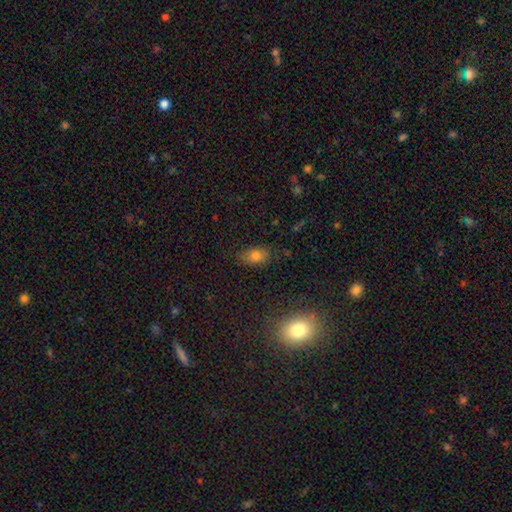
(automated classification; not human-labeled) Smooth or featured: smooth — 74% (star or artifact — 14%)
How rounded: in between — 83% (round — 14%)
Merging: none — 81% (minor disturbance — 14%)